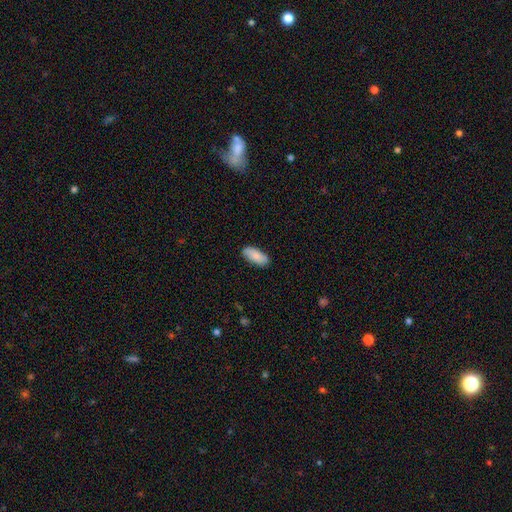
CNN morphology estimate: smooth 84%, featured or disk 10%, star or artifact 6%. Down the decision tree: how rounded — in between (87%); merging — none (86%).